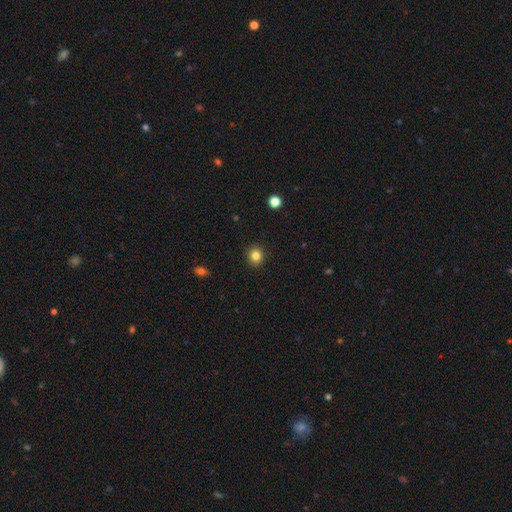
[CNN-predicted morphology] Overall: smooth (83%). How rounded: round (85%). Merging: none (92%).